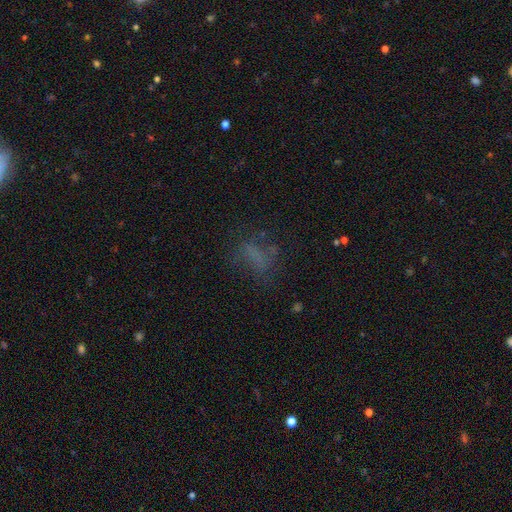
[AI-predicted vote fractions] smooth-or-featured: smooth: 51% | star or artifact: 26% | featured or disk: 23%
  how-rounded: in between: 70% | round: 17% | cigar-shaped: 13%
  merging: none: 56% | major disturbance: 23% | minor disturbance: 18% | merger: 3%